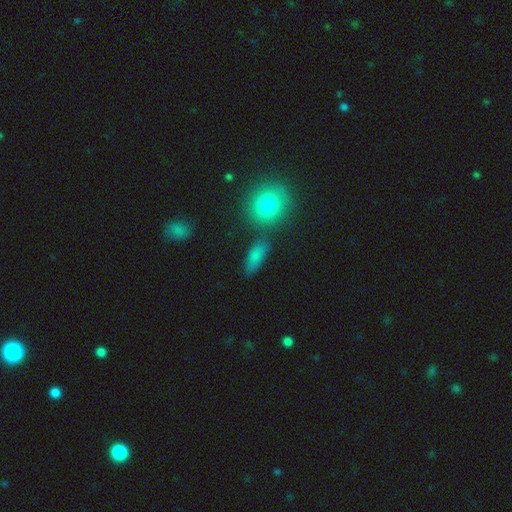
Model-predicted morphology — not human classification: smooth-or-featured: smooth: 79% | star or artifact: 11% | featured or disk: 10%
  how-rounded: in between: 72% | cigar-shaped: 19% | round: 10%
  merging: none: 68% | minor disturbance: 15% | merger: 12% | major disturbance: 5%